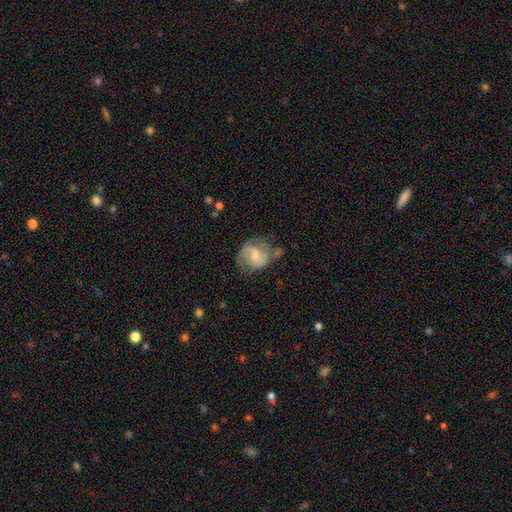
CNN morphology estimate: A featured or disk galaxy (72%) with a weak bar (49%), 2 (83%) medium (51%) spiral arms (91%) and a moderate central bulge (48%). Merging: none (57%).